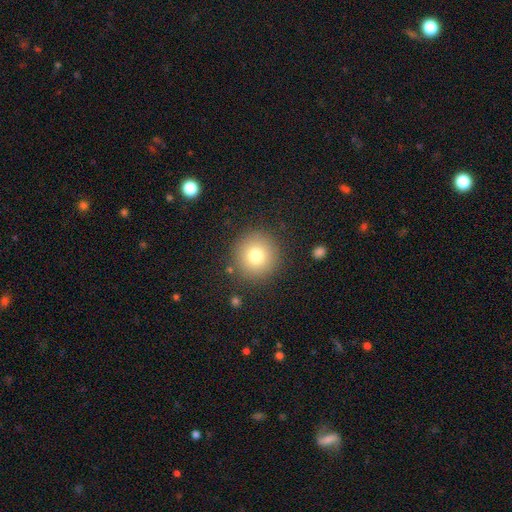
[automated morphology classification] smooth 77%, star or artifact 12%, featured or disk 11%. Down the decision tree: how rounded — round (94%); merging — none (88%).